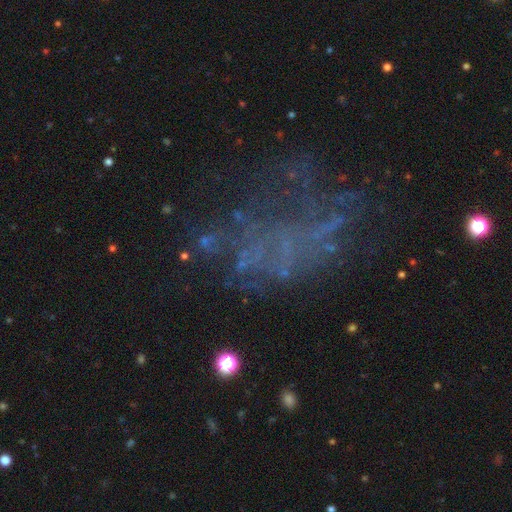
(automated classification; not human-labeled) Overall: featured or disk (48%; star or artifact 34%). Merging: none (47%; major disturbance 31%).